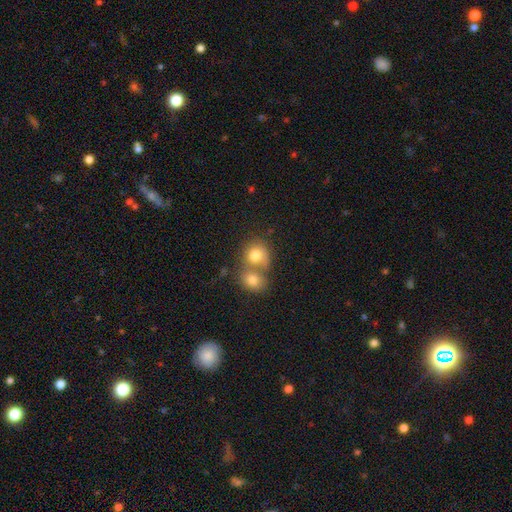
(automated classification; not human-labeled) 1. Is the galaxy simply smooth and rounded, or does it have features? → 77% smooth, 13% featured or disk, 10% star or artifact.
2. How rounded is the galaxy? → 74% round, 25% in between, 1% cigar-shaped.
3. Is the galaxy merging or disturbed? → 58% merger, 32% none, 7% minor disturbance, 3% major disturbance.